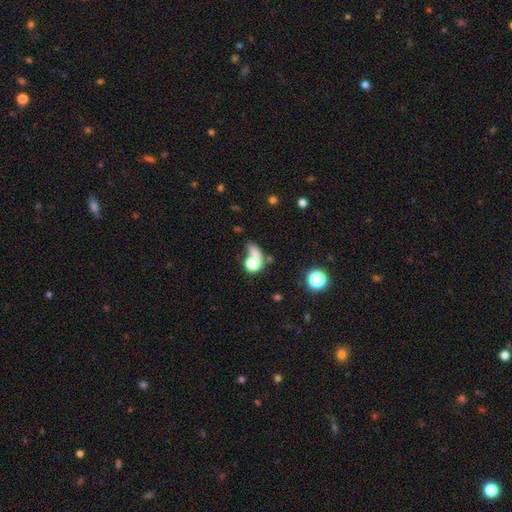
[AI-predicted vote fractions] Smooth or featured?
  - smooth: 65% *
  - star or artifact: 21%
  - featured or disk: 14%
How rounded?
  - round: 46% * (tied)
  - in between: 46% * (tied)
  - cigar-shaped: 8%
Merging?
  - none: 40% *
  - merger: 32%
  - major disturbance: 14%
  - minor disturbance: 14%